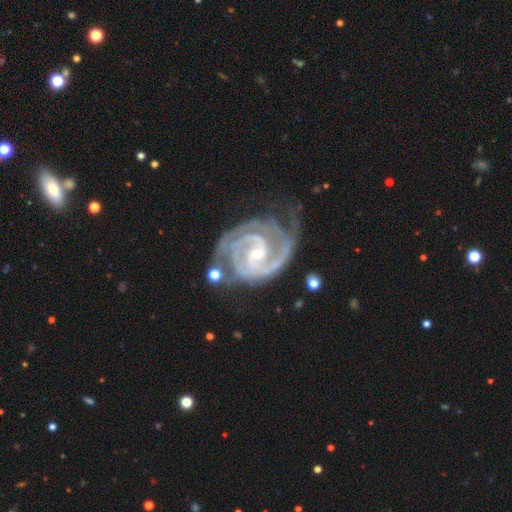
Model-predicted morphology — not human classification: A featured or disk galaxy (93%) with a weak bar (42%), 2 (67%) tight (65%) spiral arms (99%) and a small central bulge (68%). Merging: none (56%).